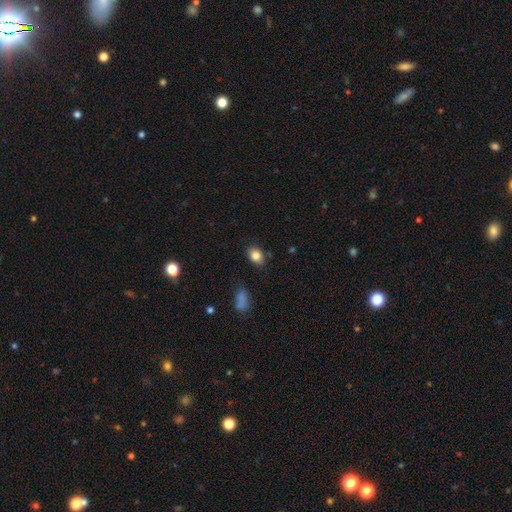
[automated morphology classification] Smooth or featured?
  - smooth: 84% *
  - star or artifact: 9%
  - featured or disk: 7%
How rounded?
  - in between: 66% *
  - round: 33%
  - cigar-shaped: 1%
Merging?
  - none: 82% *
  - minor disturbance: 13%
  - major disturbance: 3%
  - merger: 2%